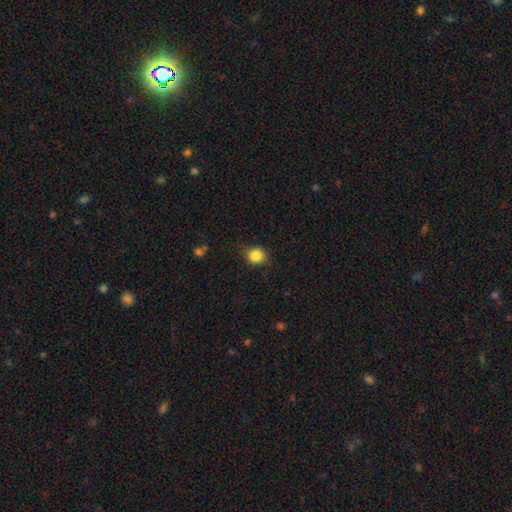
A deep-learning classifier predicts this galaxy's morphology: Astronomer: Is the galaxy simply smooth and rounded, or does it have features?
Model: smooth — 85%.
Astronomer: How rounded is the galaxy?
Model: round — 82%.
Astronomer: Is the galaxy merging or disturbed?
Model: none — 78%.